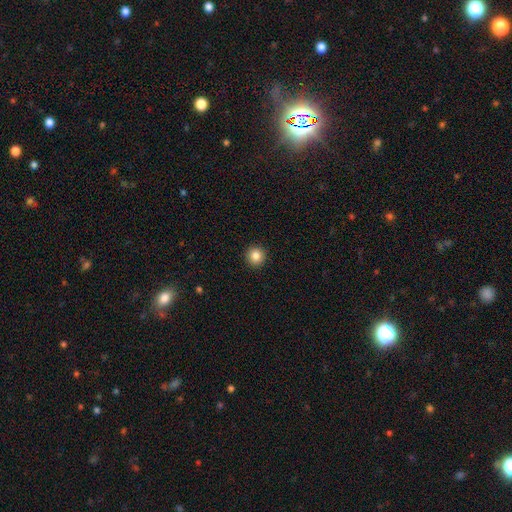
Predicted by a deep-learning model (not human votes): The model was most divided on "smooth or featured": smooth: 85%, star or artifact: 10%, featured or disk: 4%. More confident: how rounded — round (94%); merging — none (93%).